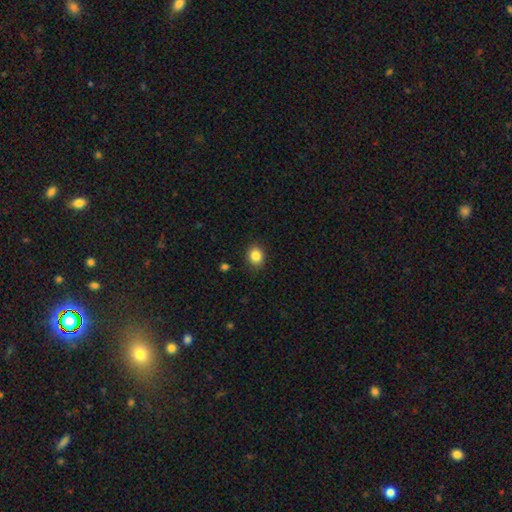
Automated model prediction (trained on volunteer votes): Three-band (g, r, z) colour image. It shows a smooth galaxy with no disk features (86%) that is round (69%). Merging: none (90%).